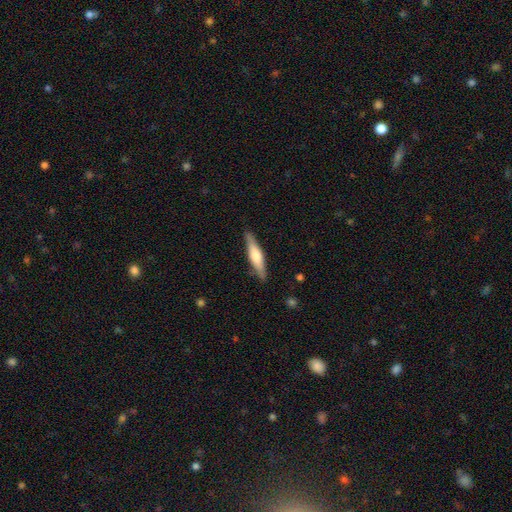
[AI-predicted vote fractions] Q: Smooth or featured?
A: smooth (48%); runner-up: featured or disk (47%)
Q: Merging?
A: none (87%); runner-up: minor disturbance (10%)